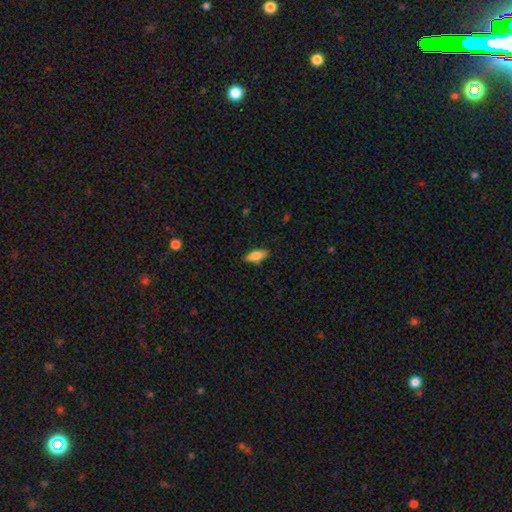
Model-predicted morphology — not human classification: Overall: smooth (79%). How rounded: in between (73%). Merging: none (85%).